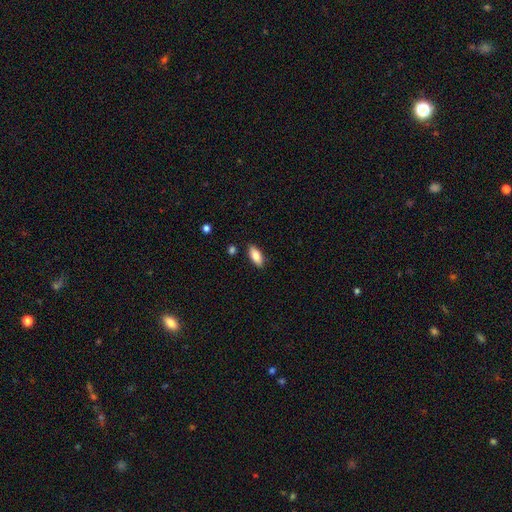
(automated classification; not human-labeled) Smooth or featured? Predicted: smooth (p=0.84). How rounded? Predicted: in between (p=0.83). Merging? Predicted: none (p=0.86).